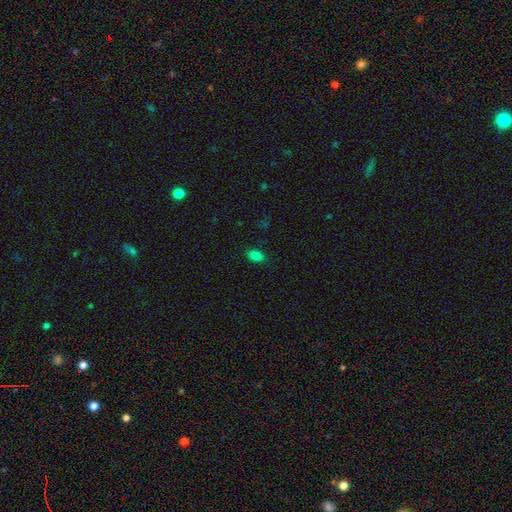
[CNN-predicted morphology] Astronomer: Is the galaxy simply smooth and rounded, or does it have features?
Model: smooth — 82%.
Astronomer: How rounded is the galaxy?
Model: in between — 81%.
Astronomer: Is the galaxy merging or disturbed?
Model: none — 86%.